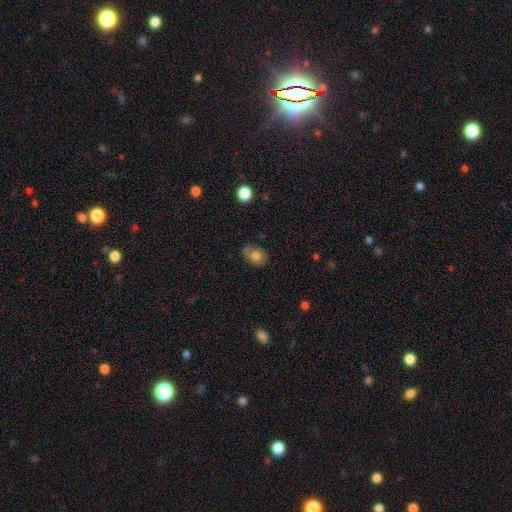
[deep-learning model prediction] smooth 70%, featured or disk 20%, star or artifact 10%. Down the decision tree: how rounded — in between (65%); merging — none (58%).